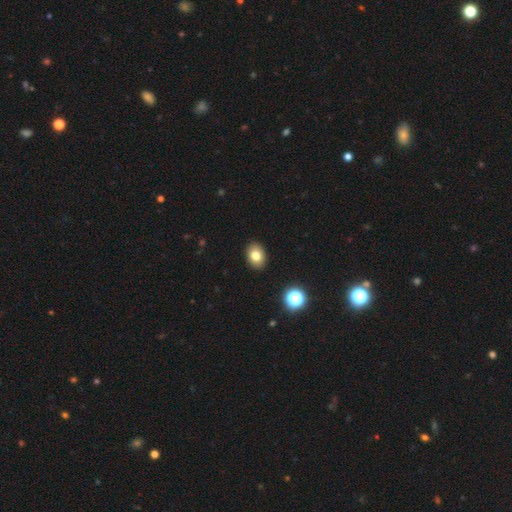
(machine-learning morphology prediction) smooth-or-featured: smooth: 80% | star or artifact: 10% | featured or disk: 10%
  how-rounded: in between: 72% | round: 27% | cigar-shaped: 1%
  merging: none: 90% | minor disturbance: 7% | major disturbance: 2% | merger: 1%